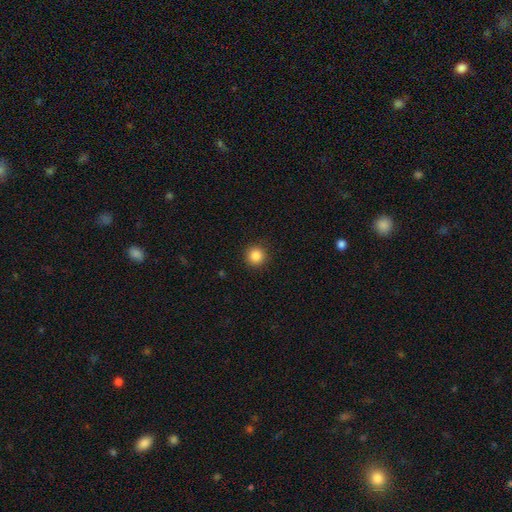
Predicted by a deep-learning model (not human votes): Smooth or featured? Predicted: smooth (p=0.86). How rounded? Predicted: round (p=0.95). Merging? Predicted: none (p=0.91).